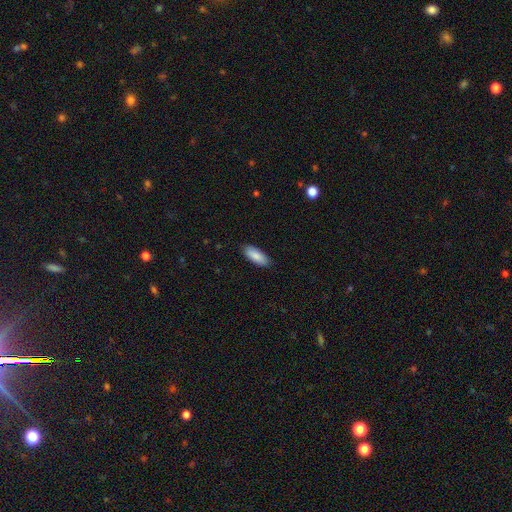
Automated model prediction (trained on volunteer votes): Smooth or featured?
  - smooth: 88% *
  - featured or disk: 6%
  - star or artifact: 6%
How rounded?
  - in between: 79% *
  - cigar-shaped: 20%
  - round: 2%
Merging?
  - none: 88% *
  - minor disturbance: 9%
  - major disturbance: 2%
  - merger: 1%